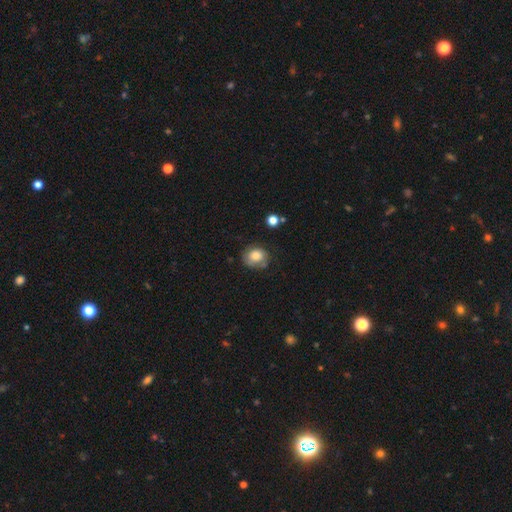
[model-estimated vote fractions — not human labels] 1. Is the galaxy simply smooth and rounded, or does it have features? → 73% smooth, 18% featured or disk, 9% star or artifact.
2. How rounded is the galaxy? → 65% round, 35% in between, 1% cigar-shaped.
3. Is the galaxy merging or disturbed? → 62% none, 25% minor disturbance, 9% major disturbance, 4% merger.